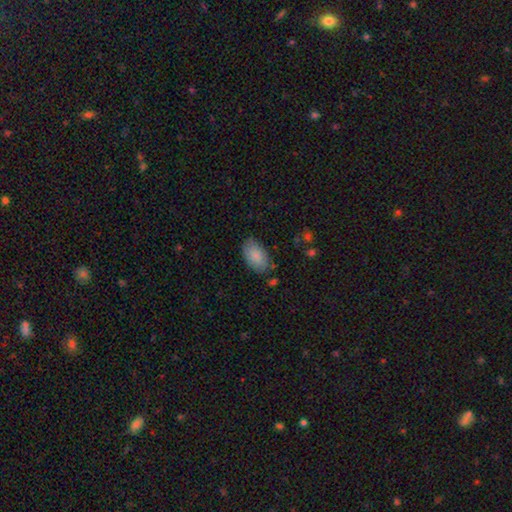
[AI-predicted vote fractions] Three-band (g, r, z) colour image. It shows a smooth galaxy with no disk features (85%) that is in between round and cigar-shaped (94%). Merging: none (77%).